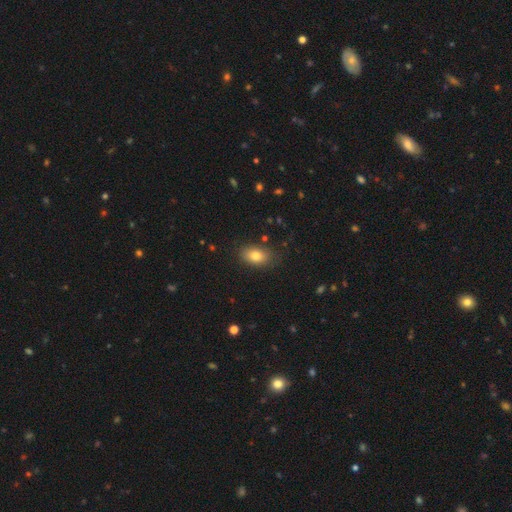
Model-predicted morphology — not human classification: Q: Smooth or featured?
A: smooth (80%); runner-up: featured or disk (11%)
Q: How rounded?
A: in between (87%); runner-up: round (11%)
Q: Merging?
A: none (83%); runner-up: minor disturbance (13%)